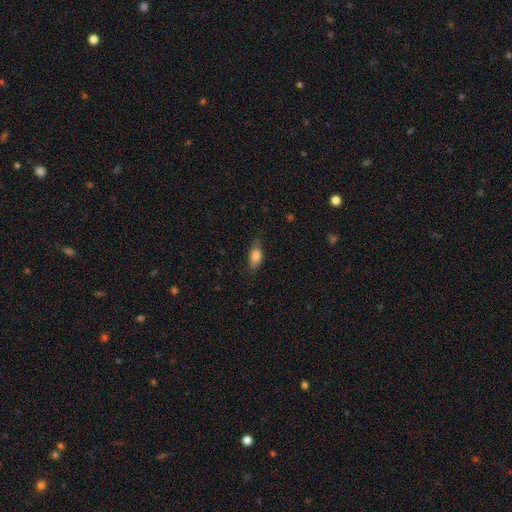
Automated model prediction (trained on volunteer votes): Smooth or featured? smooth (82%)
How rounded? in between (85%)
Merging? none (68%)